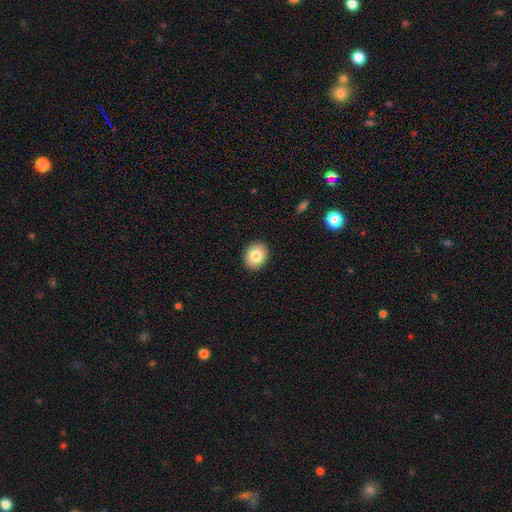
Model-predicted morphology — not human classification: A smooth galaxy with no disk features (83%) that is round (50%).

Vote fractions:
- Smooth or featured? smooth: 83% / featured or disk: 9% / star or artifact: 8%
- How rounded? round: 50% / in between: 49% / cigar-shaped: 1%
- Merging? none: 91% / minor disturbance: 6% / major disturbance: 2% / merger: 1%